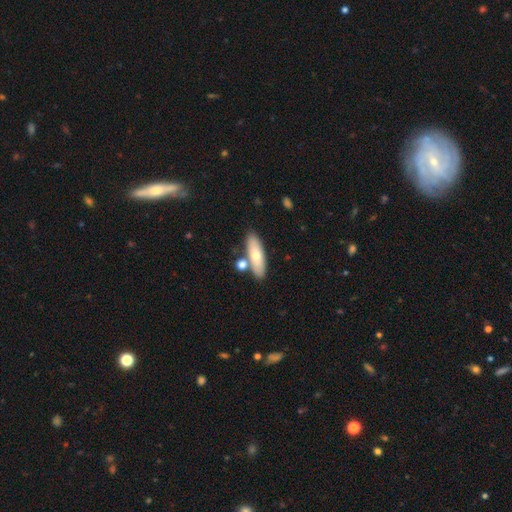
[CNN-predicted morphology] smooth_or_featured: smooth (p=0.68) [alt: featured or disk p=0.26]
how_rounded: in between (p=0.49) [alt: cigar-shaped p=0.48]
merging: none (p=0.71) [alt: merger p=0.16]